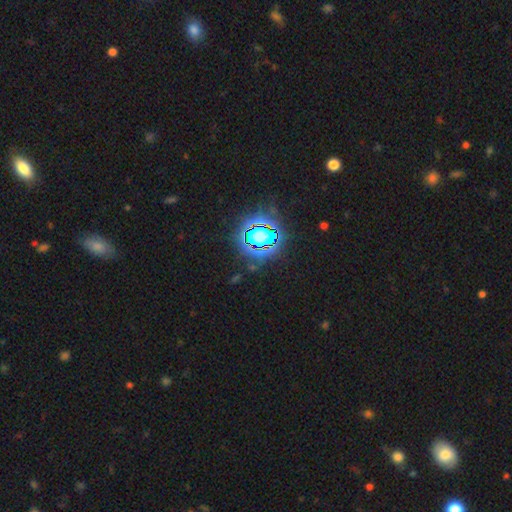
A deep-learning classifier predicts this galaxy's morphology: The model was most divided on "smooth or featured": star or artifact: 82%, smooth: 11%, featured or disk: 7%.